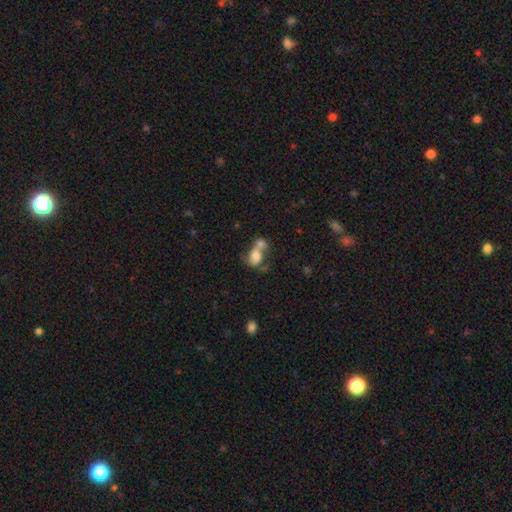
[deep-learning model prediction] Smooth or featured? smooth (68%)
How rounded? in between (66%)
Merging? merger (67%)